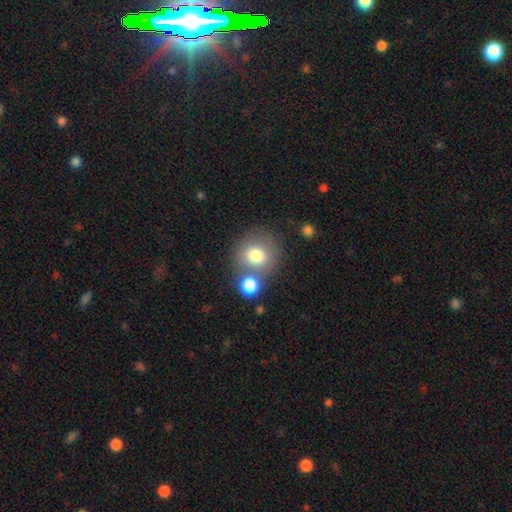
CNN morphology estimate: Smooth or featured?
  - smooth: 77% *
  - featured or disk: 13%
  - star or artifact: 10%
How rounded?
  - round: 85% *
  - in between: 14%
  - cigar-shaped: 1%
Merging?
  - none: 58% *
  - merger: 27%
  - minor disturbance: 10%
  - major disturbance: 4%